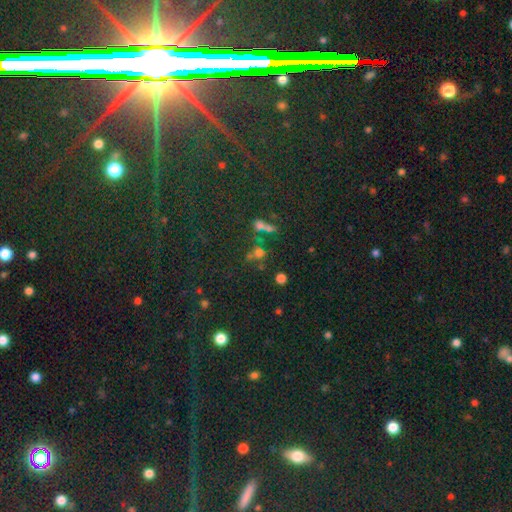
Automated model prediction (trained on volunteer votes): Smooth or featured? Predicted: star or artifact (p=0.58).